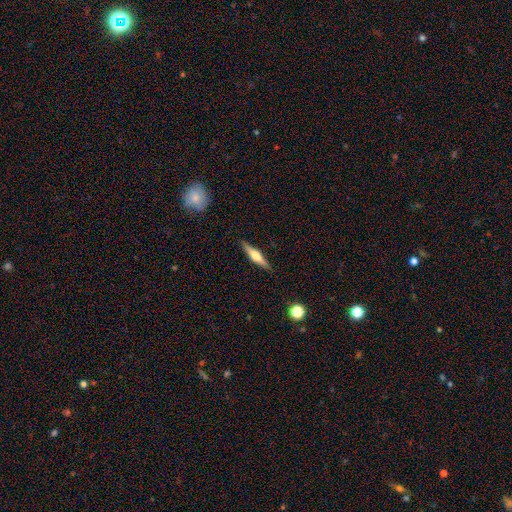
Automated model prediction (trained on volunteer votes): A featured or disk galaxy (56%) viewed edge-on (96%) with a rounded central bulge (86%).

Vote fractions:
- Smooth or featured? featured or disk: 56% / smooth: 38% / star or artifact: 6%
- Edge-on disk? yes: 96% / no: 4%
- Edge-on bulge? rounded: 86% / boxy: 10% / none: 4%
- Merging? none: 89% / minor disturbance: 8% / major disturbance: 2% / merger: 1%